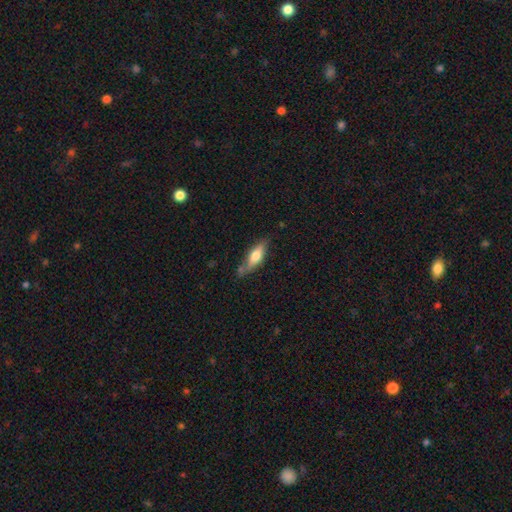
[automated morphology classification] Smooth or featured? Predicted: smooth (p=0.55). How rounded? Predicted: in between (p=0.49, tied with cigar-shaped). Merging? Predicted: none (p=0.66).